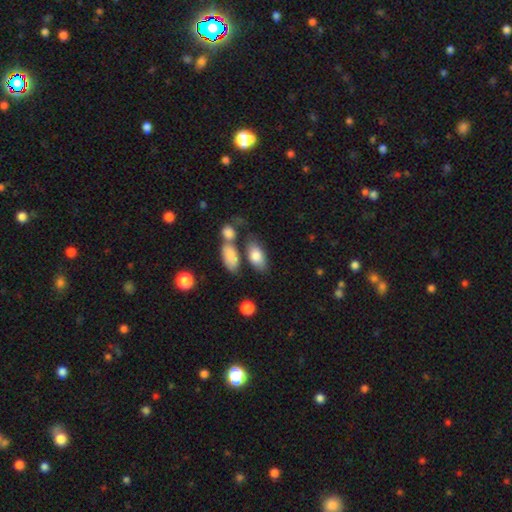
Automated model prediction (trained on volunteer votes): Smooth or featured?
  - smooth: 81% *
  - featured or disk: 13%
  - star or artifact: 6%
How rounded?
  - in between: 91% *
  - round: 5%
  - cigar-shaped: 4%
Merging?
  - none: 56% *
  - merger: 21%
  - minor disturbance: 16%
  - major disturbance: 7%